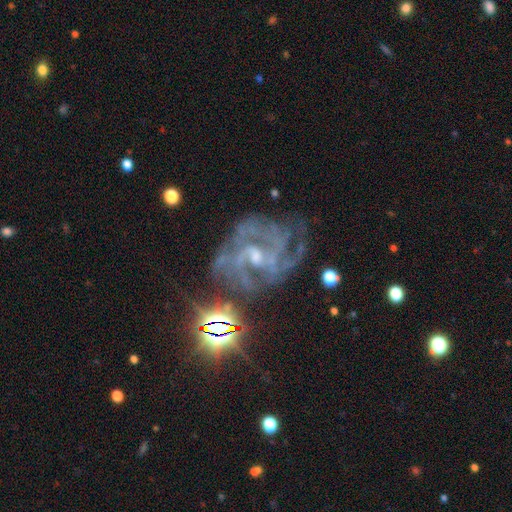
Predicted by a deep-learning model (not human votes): Smooth or featured: featured or disk — 78% (star or artifact — 16%)
Edge-on disk: no — 97% (yes — 3%)
Bar: weak — 46% (no — 39%)
Spiral arms: yes — 95% (no — 5%)
Spiral winding: tight — 48% (medium — 42%)
Spiral arm count: can't tell — 27% (3 — 22%)
Bulge size: small — 62% (moderate — 29%)
Merging: none — 64% (minor disturbance — 18%)